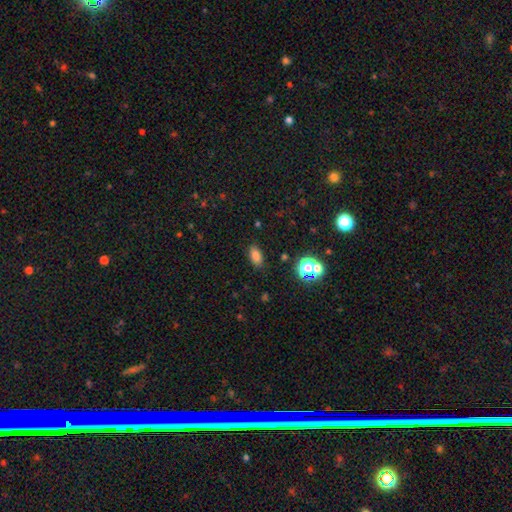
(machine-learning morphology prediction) Smooth or featured: smooth — 78% (star or artifact — 16%)
How rounded: in between — 87% (round — 8%)
Merging: none — 85% (minor disturbance — 10%)